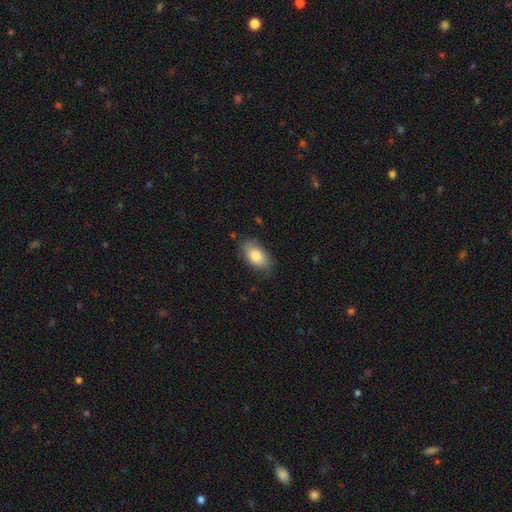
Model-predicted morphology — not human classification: Smooth or featured? smooth (82%)
How rounded? in between (93%)
Merging? none (76%)